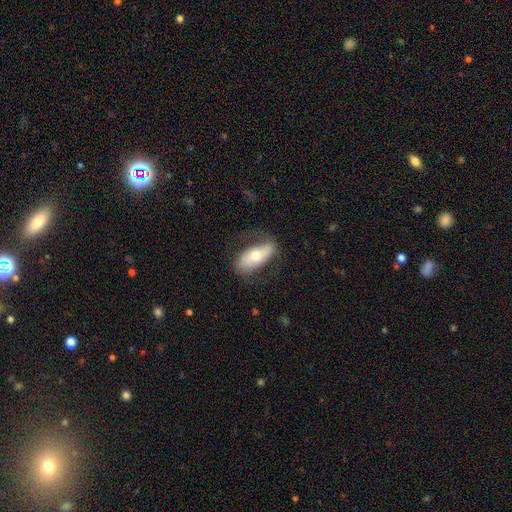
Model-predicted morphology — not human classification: Smooth or featured?
  - smooth: 50% *
  - featured or disk: 44%
  - star or artifact: 6%
Merging?
  - none: 68% *
  - minor disturbance: 20%
  - major disturbance: 10%
  - merger: 2%